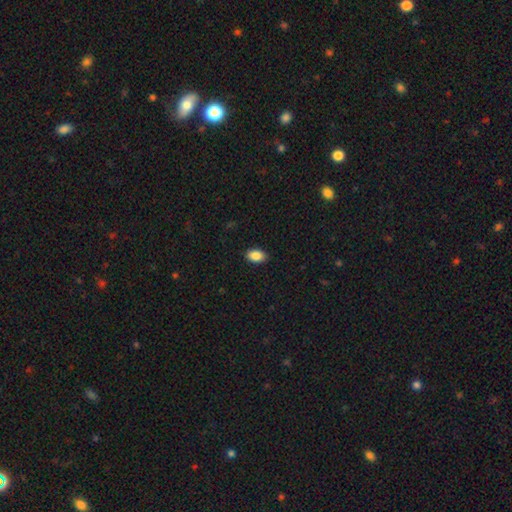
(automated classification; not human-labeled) Q: Smooth or featured?
A: smooth (88%); runner-up: star or artifact (8%)
Q: How rounded?
A: in between (88%); runner-up: round (10%)
Q: Merging?
A: none (89%); runner-up: minor disturbance (8%)